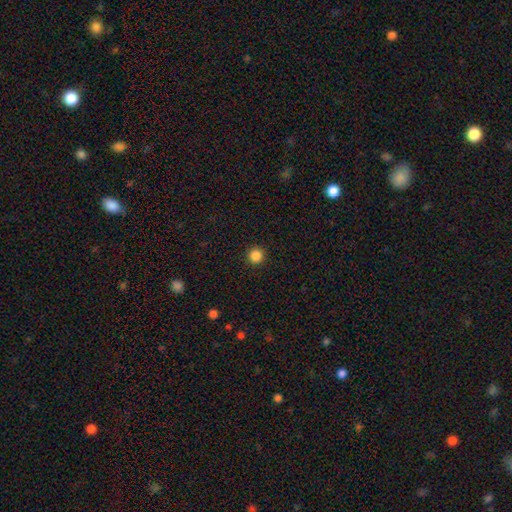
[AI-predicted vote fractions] Smooth or featured?
  - smooth: 86% *
  - star or artifact: 11%
  - featured or disk: 3%
How rounded?
  - round: 95% *
  - in between: 4%
  - cigar-shaped: 1%
Merging?
  - none: 93% *
  - minor disturbance: 4%
  - major disturbance: 2%
  - merger: 1%